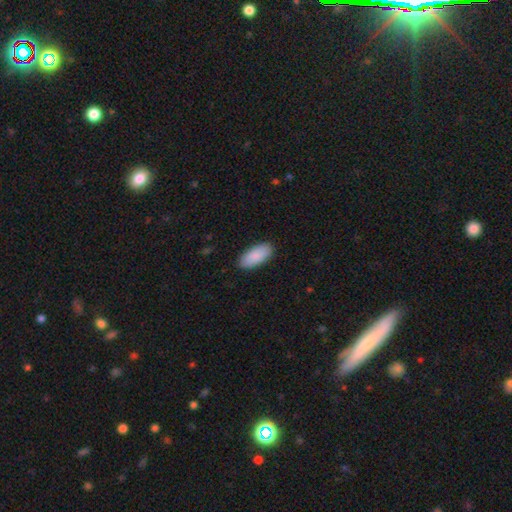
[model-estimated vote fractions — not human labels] This is clearly a smooth galaxy (89%). How rounded: clearly in between (90%). Merging: clearly none (89%).